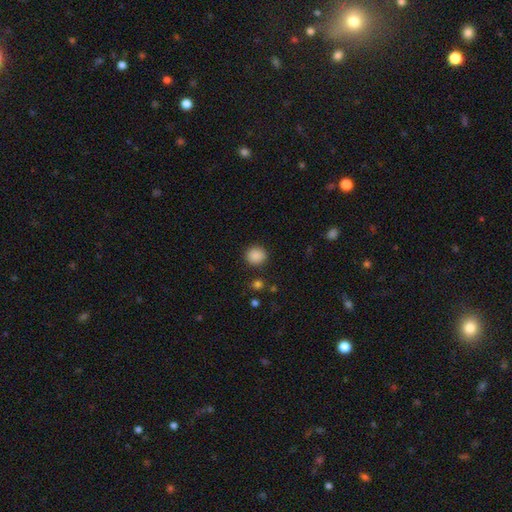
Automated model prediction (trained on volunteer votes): Smooth or featured? Predicted: smooth (p=0.88). How rounded? Predicted: round (p=0.87). Merging? Predicted: none (p=0.89).